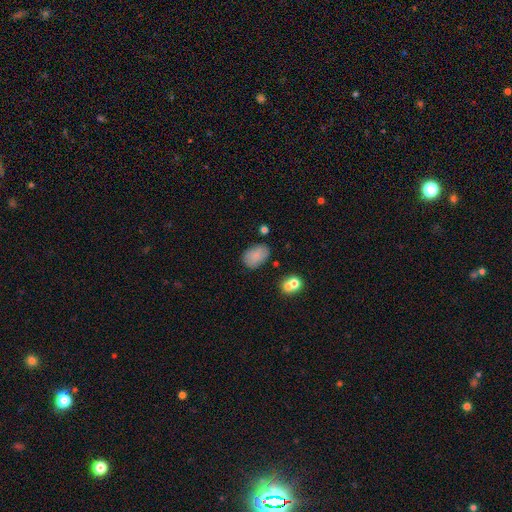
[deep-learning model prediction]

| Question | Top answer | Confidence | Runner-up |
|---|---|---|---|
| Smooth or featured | smooth | 82% | featured or disk (9%) |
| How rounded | in between | 88% | round (11%) |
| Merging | none | 75% | minor disturbance (17%) |